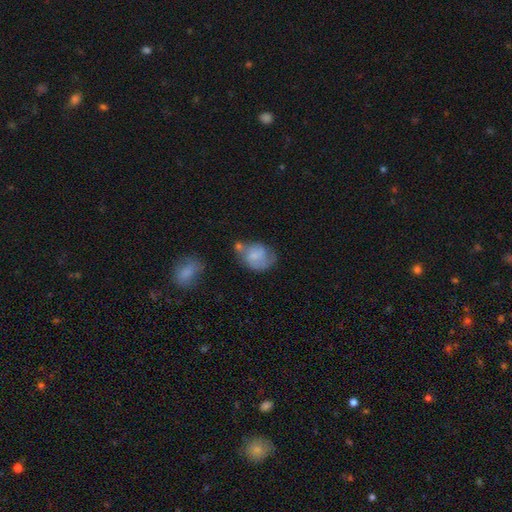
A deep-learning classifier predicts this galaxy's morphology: Smooth or featured: smooth — 59% (featured or disk — 33%)
How rounded: in between — 56% (round — 43%)
Merging: none — 33% (minor disturbance — 27%)